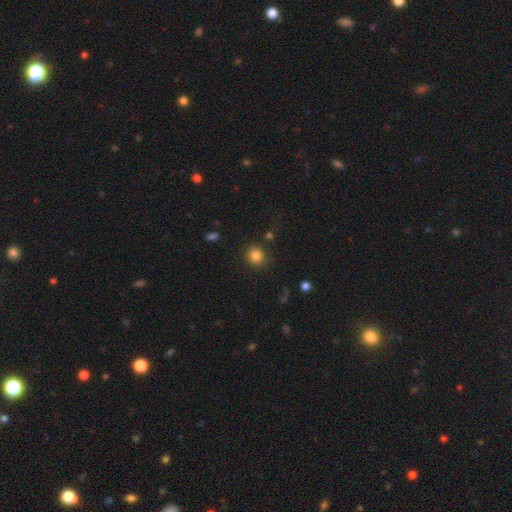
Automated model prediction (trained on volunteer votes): Smooth or featured? Predicted: smooth (p=0.84). How rounded? Predicted: round (p=0.88). Merging? Predicted: none (p=0.86).